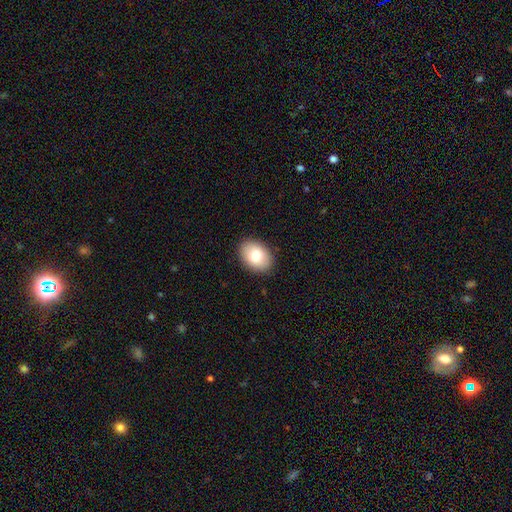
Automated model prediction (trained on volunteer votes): Overall: smooth (78%). How rounded: in between (77%). Merging: none (89%).